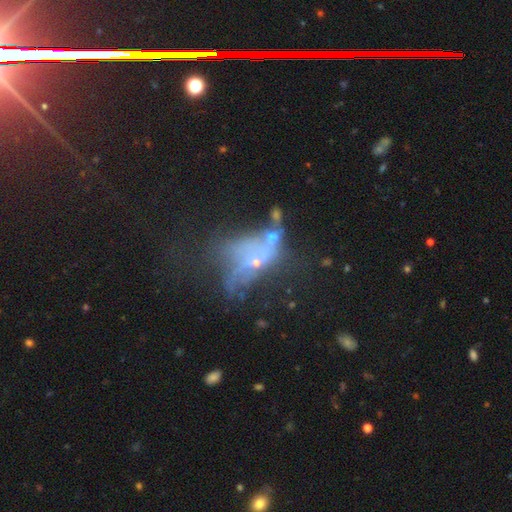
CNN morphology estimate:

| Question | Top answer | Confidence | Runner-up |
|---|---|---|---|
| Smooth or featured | featured or disk | 48% | smooth (26%) |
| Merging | major disturbance | 38% | merger (26%) |